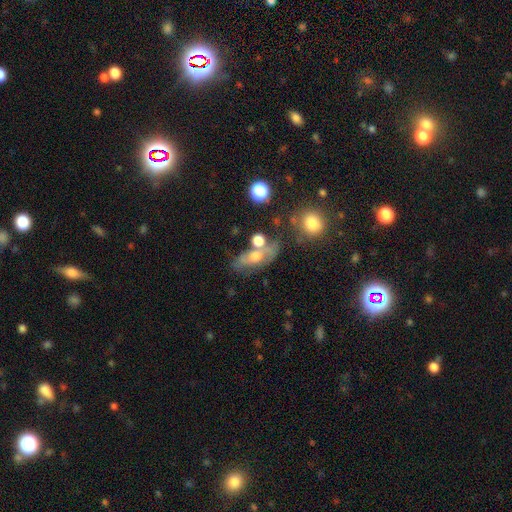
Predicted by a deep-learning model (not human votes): This appears to be a featured or disk galaxy (44%). Merging: none (51%).